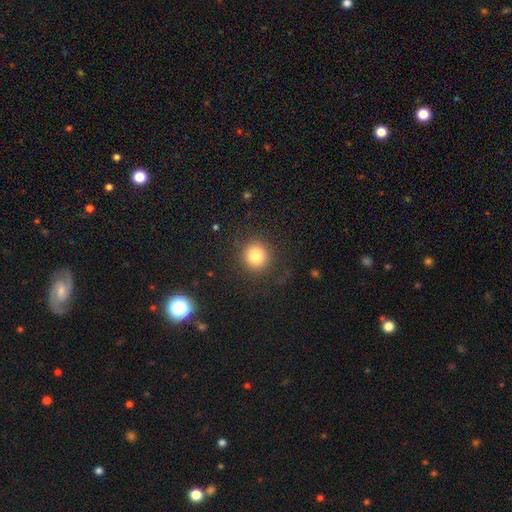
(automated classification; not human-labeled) Smooth or featured? Predicted: smooth (p=0.82). How rounded? Predicted: round (p=0.92). Merging? Predicted: none (p=0.87).